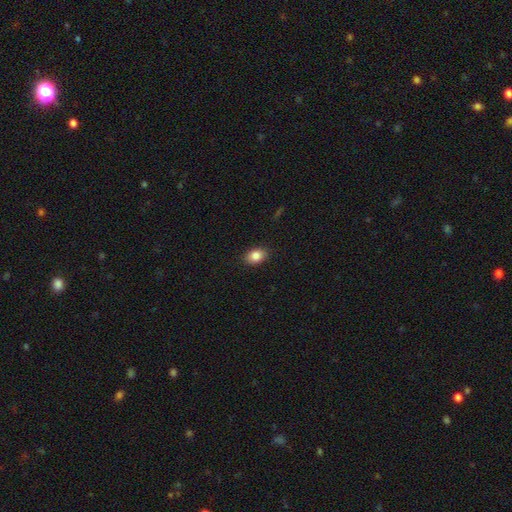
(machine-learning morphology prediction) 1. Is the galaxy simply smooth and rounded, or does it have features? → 85% smooth, 8% star or artifact, 7% featured or disk.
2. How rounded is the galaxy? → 80% in between, 19% round, 1% cigar-shaped.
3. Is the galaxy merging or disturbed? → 88% none, 9% minor disturbance, 2% major disturbance, 1% merger.